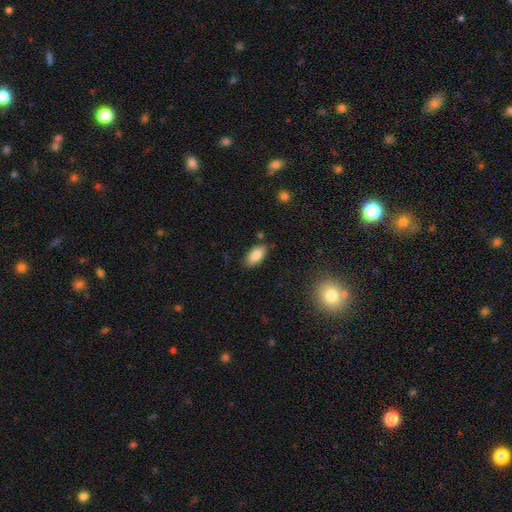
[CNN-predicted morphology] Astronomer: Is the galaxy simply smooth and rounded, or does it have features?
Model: smooth — 84%.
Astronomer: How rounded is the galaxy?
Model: in between — 90%.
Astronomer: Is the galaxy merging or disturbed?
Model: none — 81%.